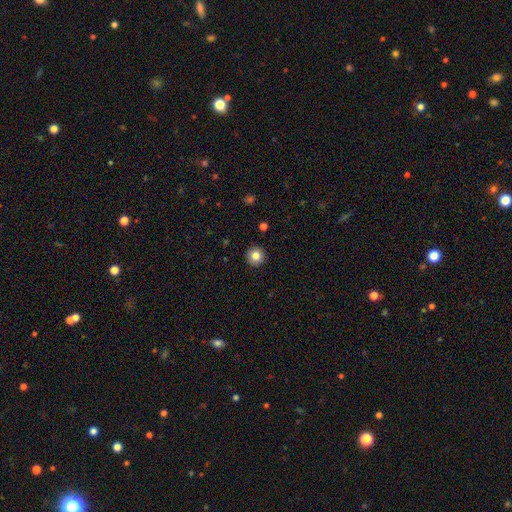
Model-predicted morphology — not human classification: Overall: smooth (82%). How rounded: round (95%). Merging: none (93%).